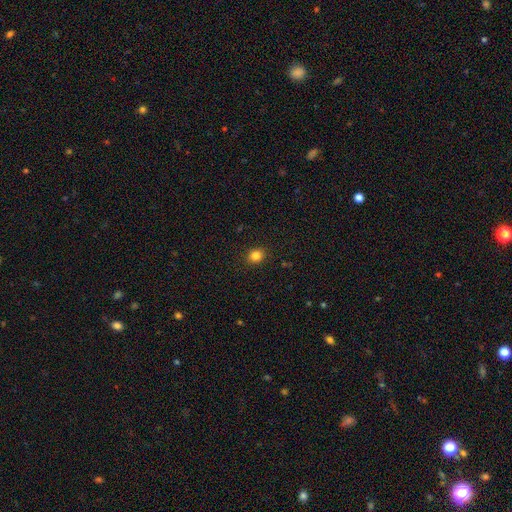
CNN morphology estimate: The model was most divided on "how rounded": round: 70%, in between: 29%, cigar-shaped: 1%. More confident: merging — none (90%); smooth or featured — smooth (83%).